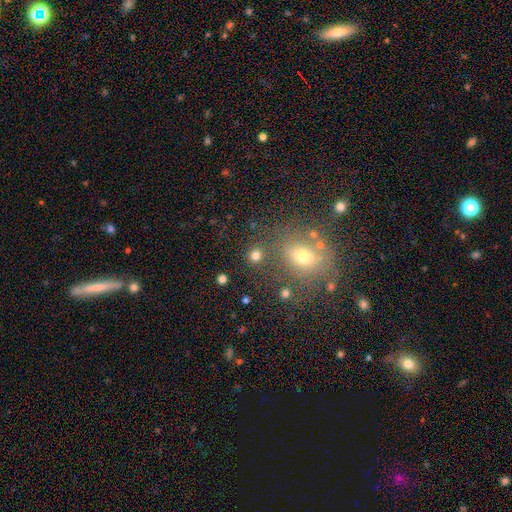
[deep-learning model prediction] Smooth or featured: smooth — 76% (star or artifact — 17%)
How rounded: round — 87% (in between — 12%)
Merging: none — 81% (merger — 7%)